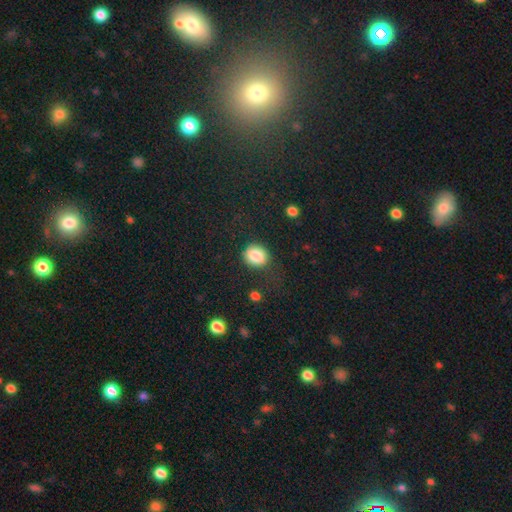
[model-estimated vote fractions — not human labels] smooth 85%, star or artifact 9%, featured or disk 6%. Down the decision tree: how rounded — round (76%); merging — none (77%).